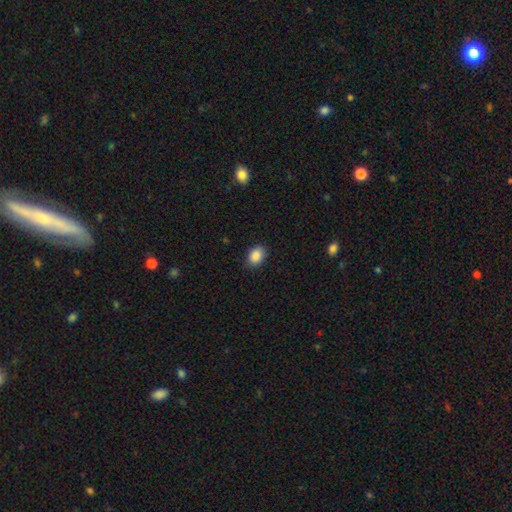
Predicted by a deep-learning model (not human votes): Smooth or featured: smooth — 88% (star or artifact — 8%)
How rounded: in between — 72% (round — 27%)
Merging: none — 86% (minor disturbance — 11%)